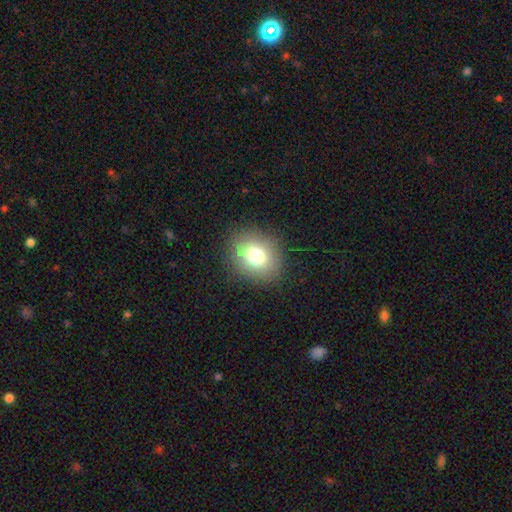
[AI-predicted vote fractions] Smooth or featured? smooth (75%)
How rounded? round (61%)
Merging? none (87%)